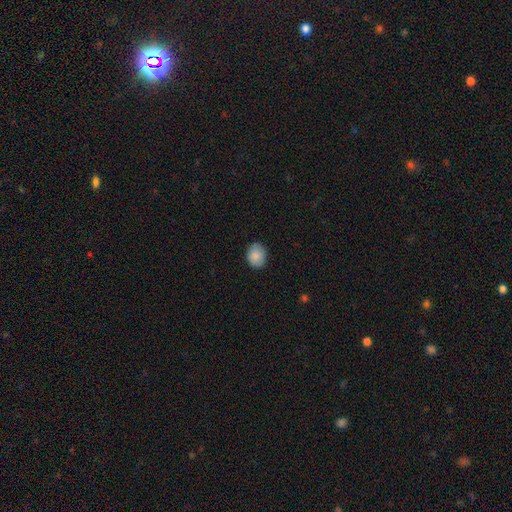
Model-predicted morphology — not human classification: Smooth or featured? Predicted: smooth (p=0.87). How rounded? Predicted: round (p=0.52). Merging? Predicted: none (p=0.85).